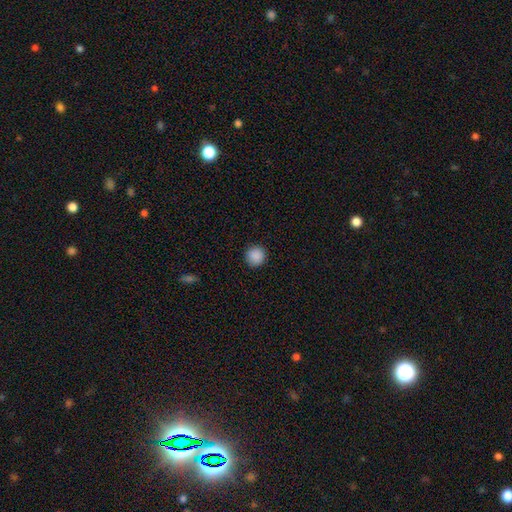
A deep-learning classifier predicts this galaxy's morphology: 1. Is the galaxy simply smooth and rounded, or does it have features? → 89% smooth, 9% star or artifact, 2% featured or disk.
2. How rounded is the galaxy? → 93% round, 6% in between, 1% cigar-shaped.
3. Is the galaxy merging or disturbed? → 92% none, 5% minor disturbance, 2% major disturbance, 1% merger.